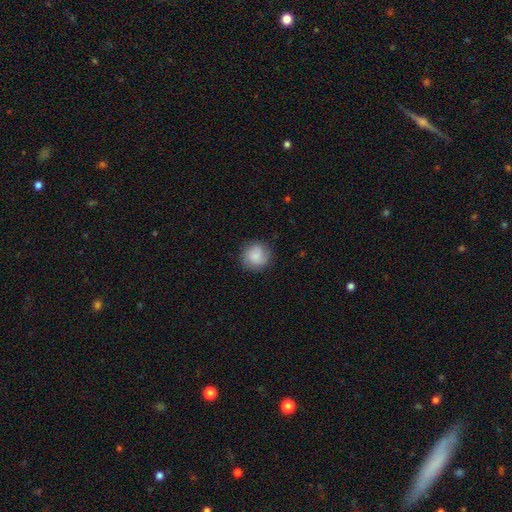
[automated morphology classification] This is clearly a smooth galaxy (81%). How rounded: clearly round (90%). Merging: clearly none (84%).